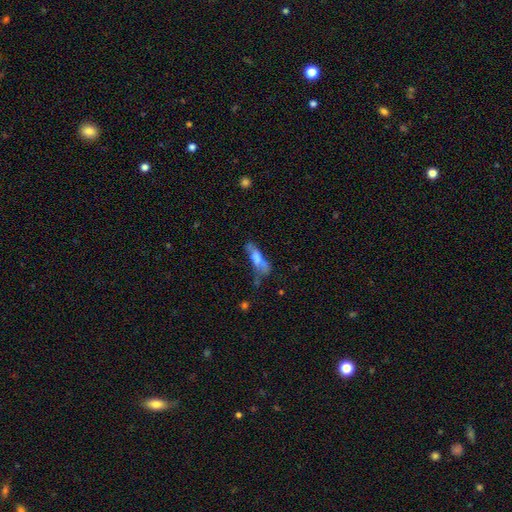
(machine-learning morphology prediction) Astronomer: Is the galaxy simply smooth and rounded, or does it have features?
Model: smooth — 49% (runner-up: featured or disk, 40%).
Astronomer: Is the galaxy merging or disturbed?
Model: none — 34% (runner-up: major disturbance, 26%).